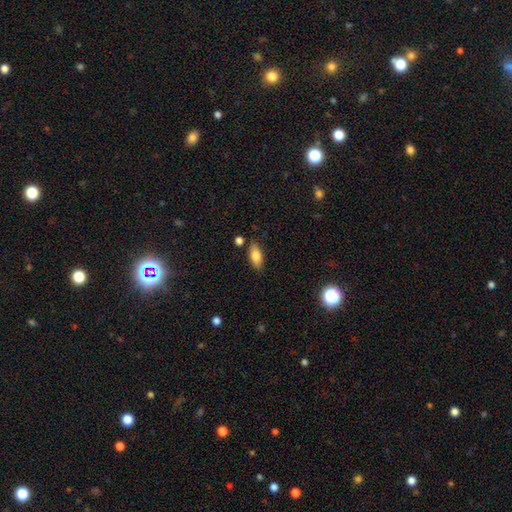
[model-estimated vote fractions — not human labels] This appears to be a smooth galaxy with no disk features (79%) that is in between round and cigar-shaped (82%). Merging: none (79%).